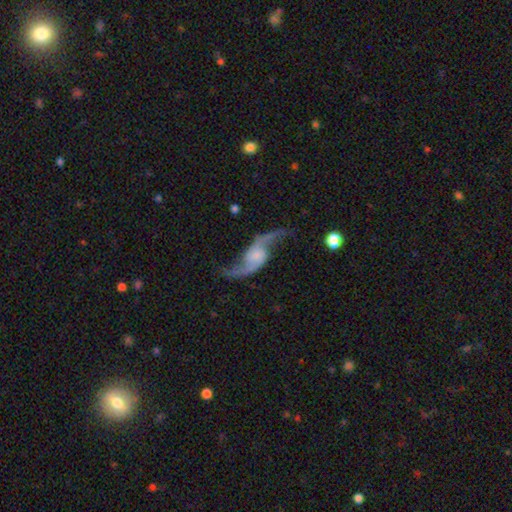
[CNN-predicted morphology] Smooth or featured? Predicted: featured or disk (p=0.90). Edge-on disk? Predicted: no (p=0.96). Bar? Predicted: no (p=0.56). Spiral arms? Predicted: yes (p=0.97). Spiral winding? Predicted: loose (p=0.88). Spiral arm count? Predicted: 2 (p=0.94). Bulge size? Predicted: small (p=0.36). Merging? Predicted: none (p=0.74).